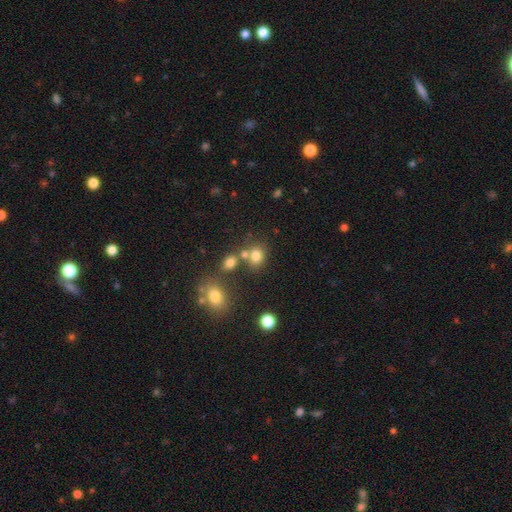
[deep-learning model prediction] This is likely a smooth galaxy (76%). How rounded: possibly round (58%). Merging: possibly none (57%).